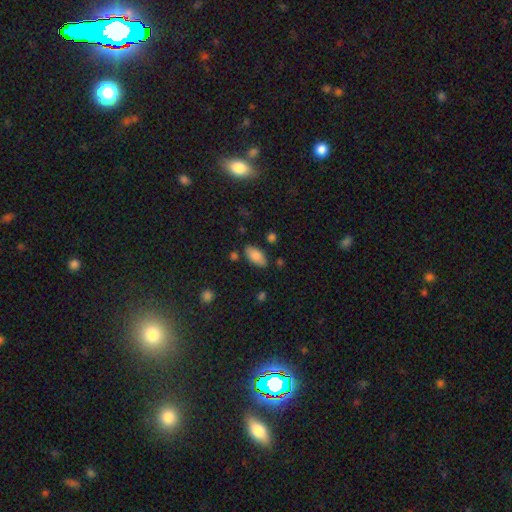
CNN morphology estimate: type=smooth (82%); roundness=in between (91%); merging=none (80%).